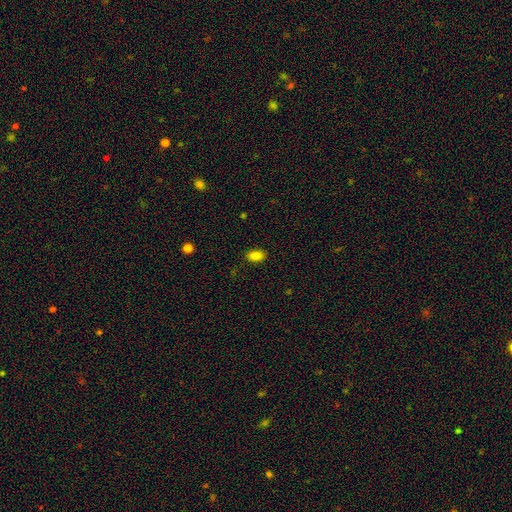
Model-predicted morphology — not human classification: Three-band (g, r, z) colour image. It shows a smooth galaxy with no disk features (86%) that is in between round and cigar-shaped (91%). Merging: none (87%).